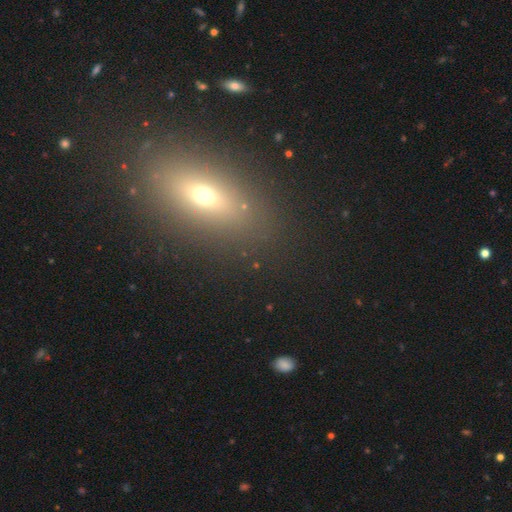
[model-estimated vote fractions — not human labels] The model was most divided on "smooth or featured": smooth: 51%, featured or disk: 25%, star or artifact: 24%. More confident: merging — none (87%); how rounded — in between (68%).